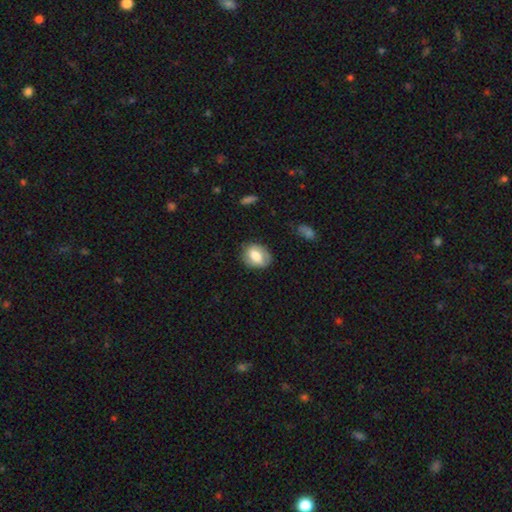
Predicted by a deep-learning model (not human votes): This appears to be a smooth galaxy with no disk features (73%) that is in between round and cigar-shaped (72%). Merging: none (74%).